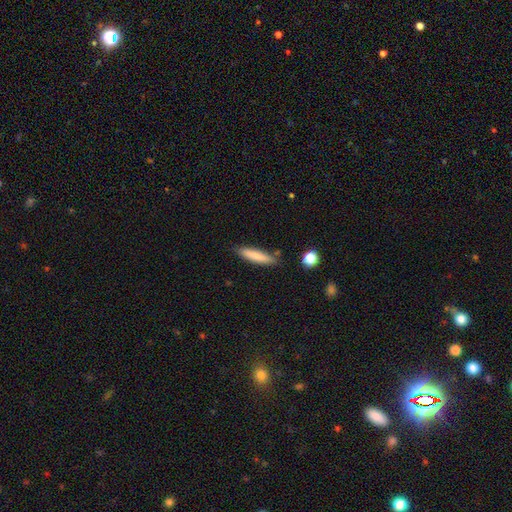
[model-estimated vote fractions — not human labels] A smooth galaxy with no disk features (81%) that is cigar-shaped (84%). Merging: none (83%).